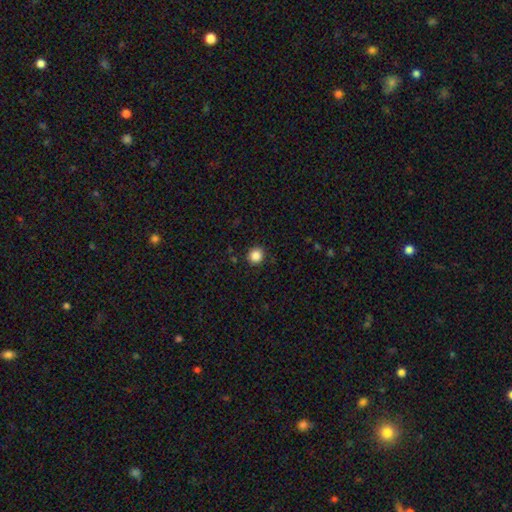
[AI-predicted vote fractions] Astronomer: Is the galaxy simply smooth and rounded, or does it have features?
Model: smooth — 86%.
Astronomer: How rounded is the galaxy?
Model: round — 89%.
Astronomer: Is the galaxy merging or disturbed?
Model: none — 90%.